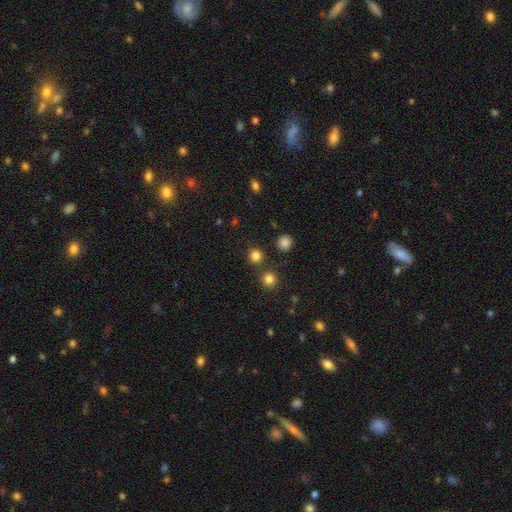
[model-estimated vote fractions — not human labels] A smooth galaxy with no disk features (81%) that is round (90%). Merging: none (81%).